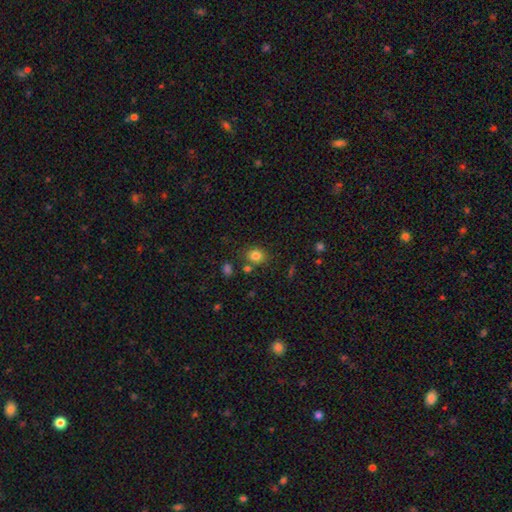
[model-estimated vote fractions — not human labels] smooth 82%, star or artifact 12%, featured or disk 6%. Down the decision tree: how rounded — round (62%); merging — none (75%).